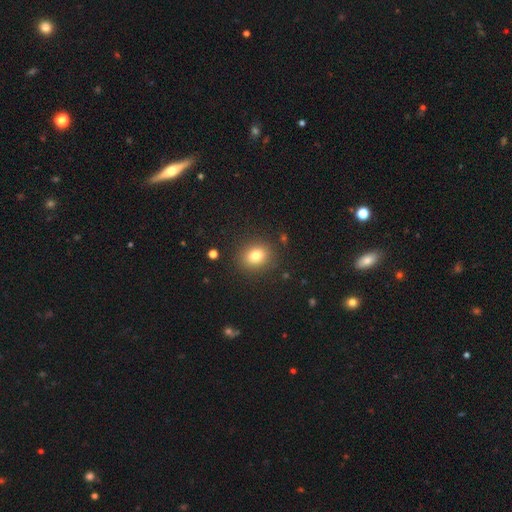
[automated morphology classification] smooth_or_featured: smooth (p=0.80) [alt: star or artifact p=0.12]
how_rounded: round (p=0.58) [alt: in between p=0.41]
merging: none (p=0.88) [alt: minor disturbance p=0.08]